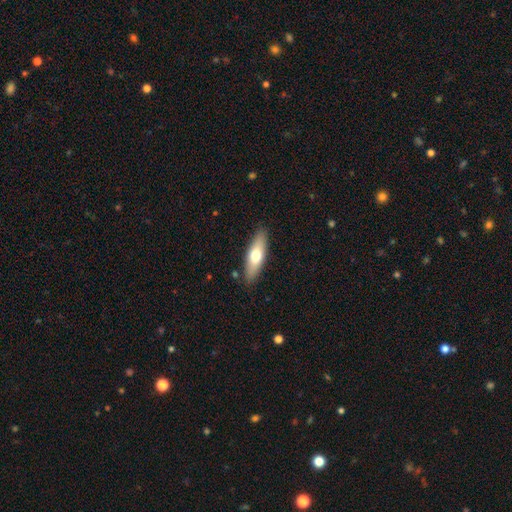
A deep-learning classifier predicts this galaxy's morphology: This appears to be a smooth galaxy with no disk features (63%) that is in between round and cigar-shaped (50%). Merging: none (88%).